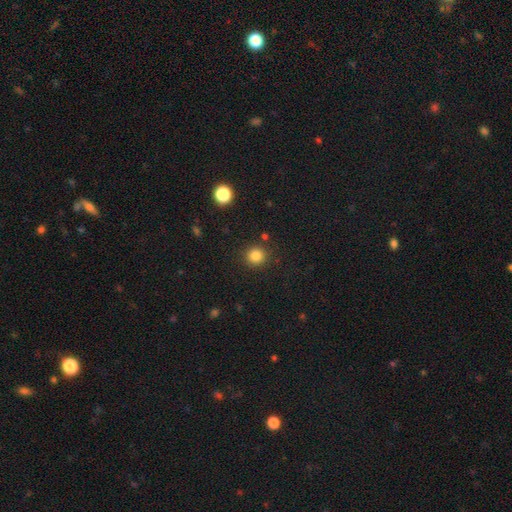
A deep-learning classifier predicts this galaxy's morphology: smooth 84%, star or artifact 12%, featured or disk 4%. Down the decision tree: how rounded — round (92%); merging — none (88%).